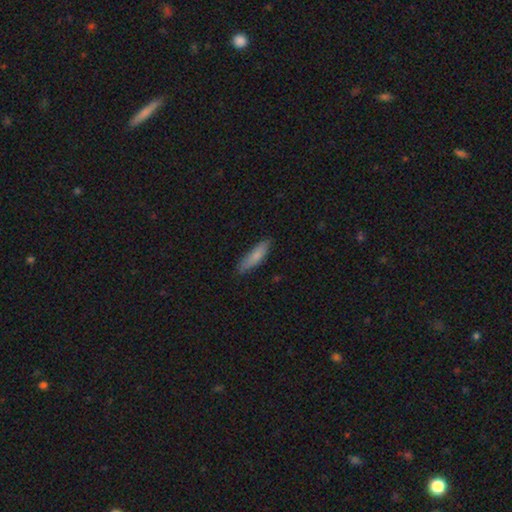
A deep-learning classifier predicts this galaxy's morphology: smooth-or-featured: smooth: 79% | featured or disk: 15% | star or artifact: 6%
  how-rounded: cigar-shaped: 68% | in between: 30% | round: 2%
  merging: none: 83% | minor disturbance: 14% | major disturbance: 2% | merger: 1%